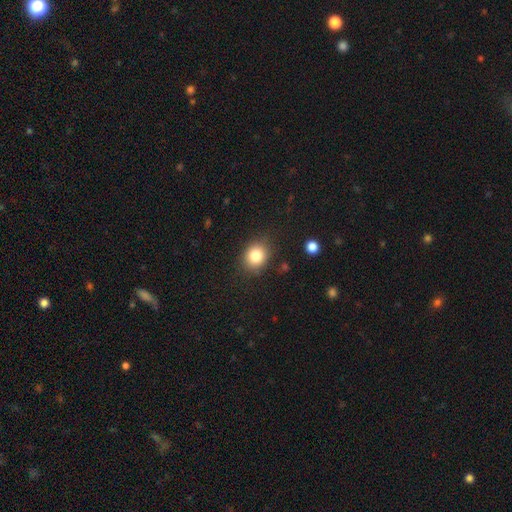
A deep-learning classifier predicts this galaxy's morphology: Smooth or featured?
  - smooth: 82% *
  - star or artifact: 11%
  - featured or disk: 7%
How rounded?
  - round: 68% *
  - in between: 31%
  - cigar-shaped: 1%
Merging?
  - none: 84% *
  - minor disturbance: 11%
  - major disturbance: 3%
  - merger: 2%